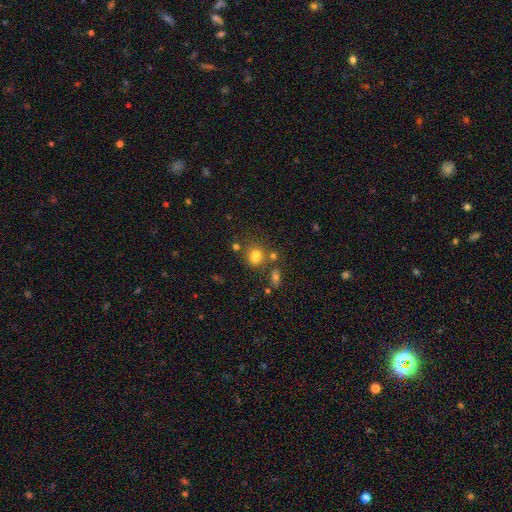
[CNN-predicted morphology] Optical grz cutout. It shows a smooth galaxy with no disk features (72%) that is in between round and cigar-shaped (52%). Merging: none (51%).